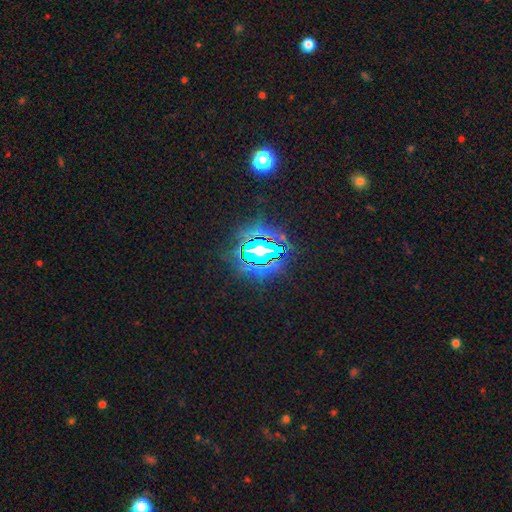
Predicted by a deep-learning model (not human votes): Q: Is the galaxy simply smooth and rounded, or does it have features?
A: star or artifact — 82%.